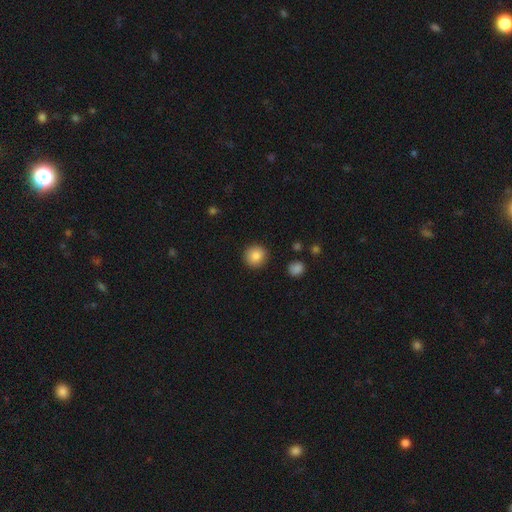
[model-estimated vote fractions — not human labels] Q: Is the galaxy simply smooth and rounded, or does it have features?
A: smooth — 85%.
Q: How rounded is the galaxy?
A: round — 94%.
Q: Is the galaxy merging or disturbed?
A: none — 91%.